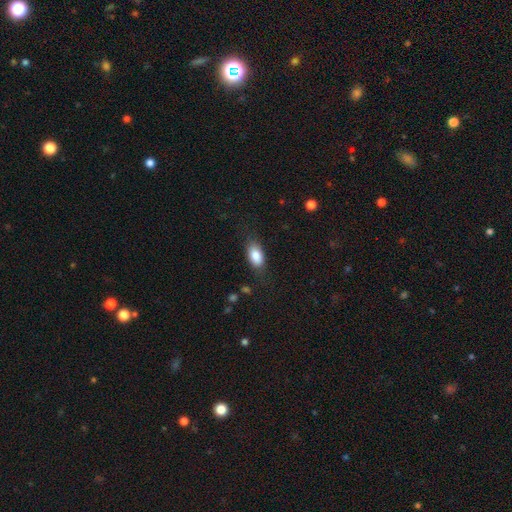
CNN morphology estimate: smooth 85%, featured or disk 8%, star or artifact 7%. Down the decision tree: how rounded — in between (90%); merging — none (78%).